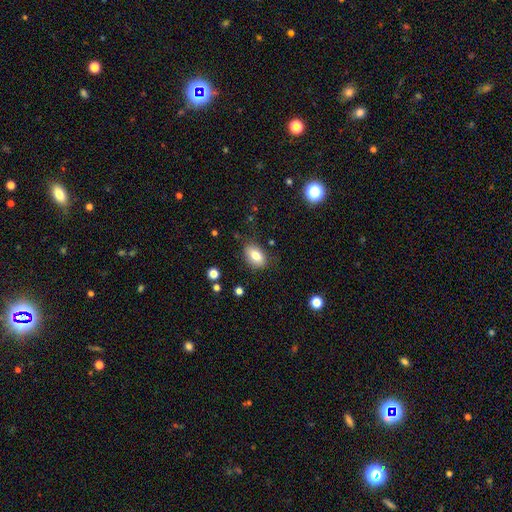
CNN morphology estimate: The model was most divided on "merging": none: 79%, minor disturbance: 15%, major disturbance: 4%, merger: 2%. More confident: how rounded — in between (88%); smooth or featured — smooth (80%).